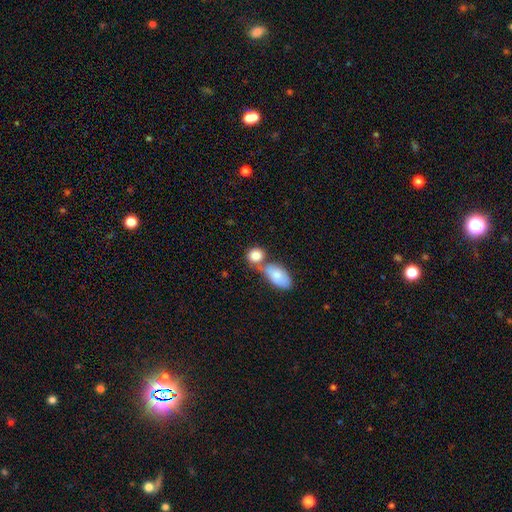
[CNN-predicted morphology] Smooth or featured: smooth — 83% (featured or disk — 10%)
How rounded: round — 61% (in between — 36%)
Merging: merger — 46% (none — 41%)